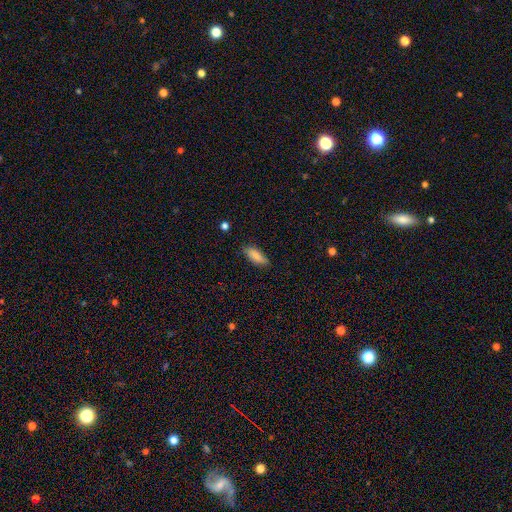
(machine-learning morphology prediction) A smooth galaxy with no disk features (84%) that is in between round and cigar-shaped (69%).

Vote fractions:
- Smooth or featured? smooth: 84% / featured or disk: 9% / star or artifact: 7%
- How rounded? in between: 69% / cigar-shaped: 29% / round: 2%
- Merging? none: 82% / minor disturbance: 14% / major disturbance: 3% / merger: 1%